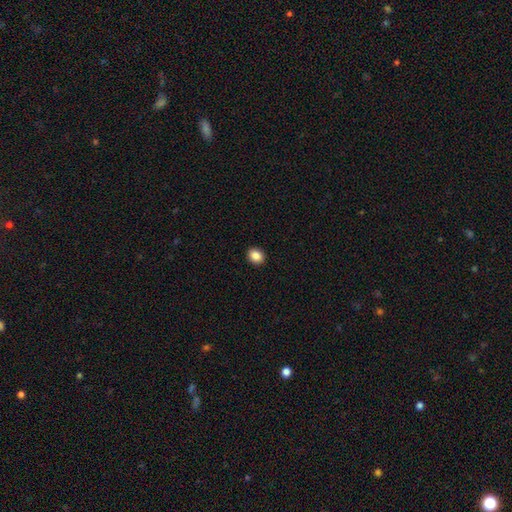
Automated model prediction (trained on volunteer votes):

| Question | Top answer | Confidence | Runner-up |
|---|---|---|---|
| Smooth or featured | smooth | 87% | star or artifact (9%) |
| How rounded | round | 57% | in between (42%) |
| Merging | none | 92% | minor disturbance (5%) |